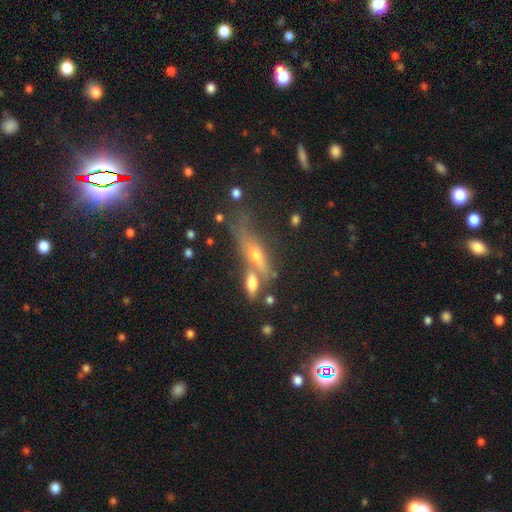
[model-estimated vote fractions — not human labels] smooth_or_featured: featured or disk (p=0.44) [alt: smooth p=0.41]
merging: none (p=0.38) [alt: merger p=0.34]